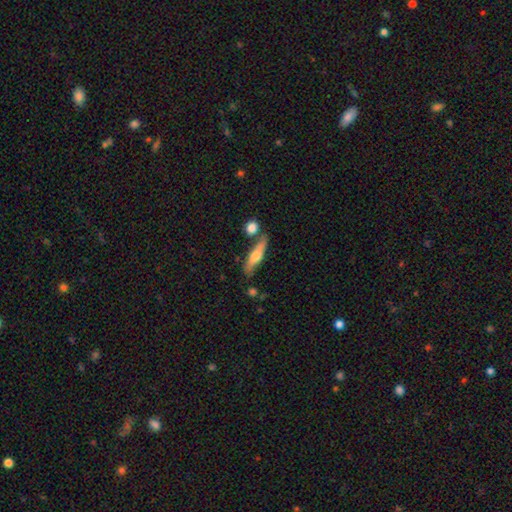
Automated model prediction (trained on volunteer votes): smooth 50%, featured or disk 44%, star or artifact 6%. Down the decision tree: how rounded — cigar-shaped (69%); merging — none (71%).